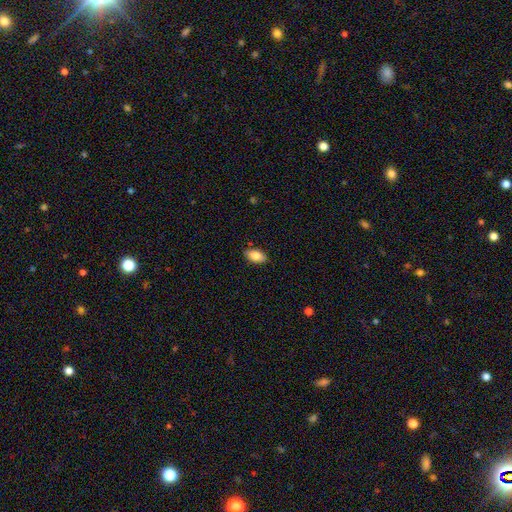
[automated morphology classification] The model was most divided on "merging": none: 86%, minor disturbance: 10%, major disturbance: 2%, merger: 1%. More confident: how rounded — in between (92%); smooth or featured — smooth (85%).